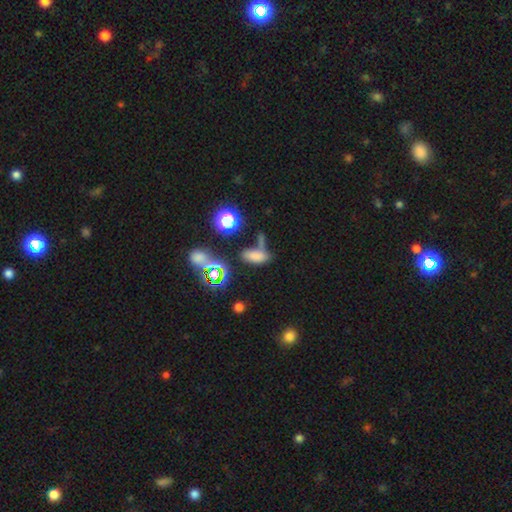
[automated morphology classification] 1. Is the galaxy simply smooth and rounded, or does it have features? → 68% smooth, 23% star or artifact, 9% featured or disk.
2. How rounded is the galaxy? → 79% in between, 12% cigar-shaped, 9% round.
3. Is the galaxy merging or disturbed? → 47% none, 27% merger, 16% minor disturbance, 10% major disturbance.